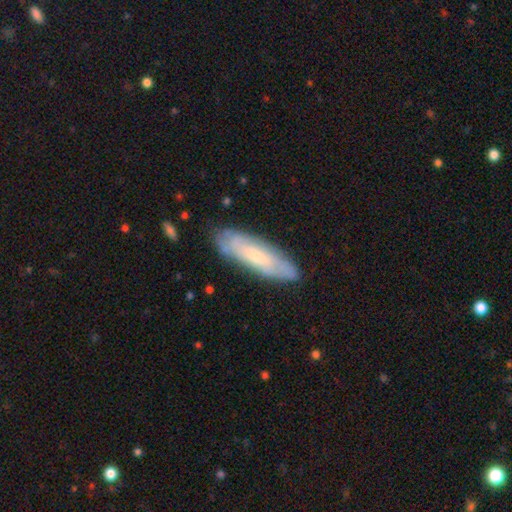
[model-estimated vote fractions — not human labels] This is possibly a smooth galaxy (49%). Merging: likely none (79%).